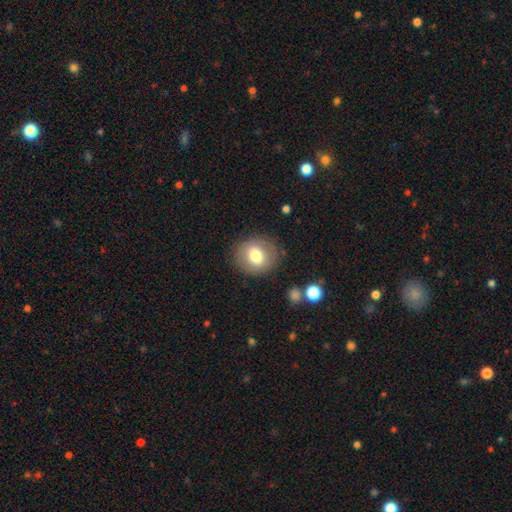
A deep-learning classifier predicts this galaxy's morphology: A smooth galaxy with no disk features (72%) that is round (78%).

Vote fractions:
- Smooth or featured? smooth: 72% / featured or disk: 19% / star or artifact: 9%
- How rounded? round: 78% / in between: 21% / cigar-shaped: 1%
- Merging? none: 84% / minor disturbance: 10% / major disturbance: 4% / merger: 2%